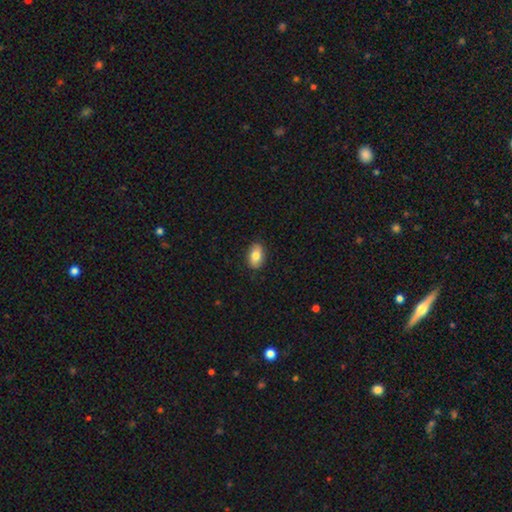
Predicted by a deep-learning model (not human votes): This is clearly a smooth galaxy (82%). How rounded: clearly in between (89%). Merging: clearly none (87%).